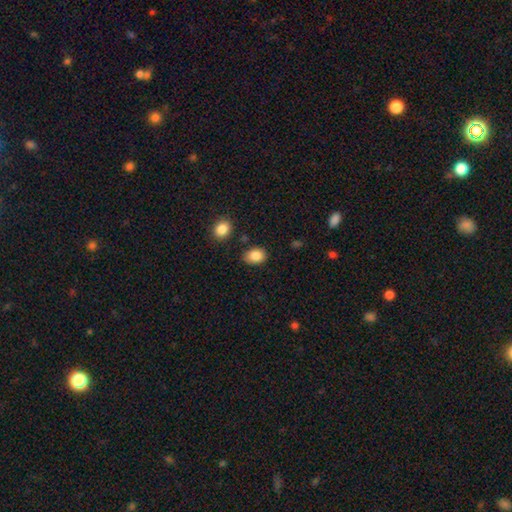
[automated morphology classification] A smooth galaxy with no disk features (87%) that is in between round and cigar-shaped (72%).

Vote fractions:
- Smooth or featured? smooth: 87% / star or artifact: 9% / featured or disk: 5%
- How rounded? in between: 72% / round: 27% / cigar-shaped: 1%
- Merging? none: 77% / minor disturbance: 16% / merger: 4% / major disturbance: 3%